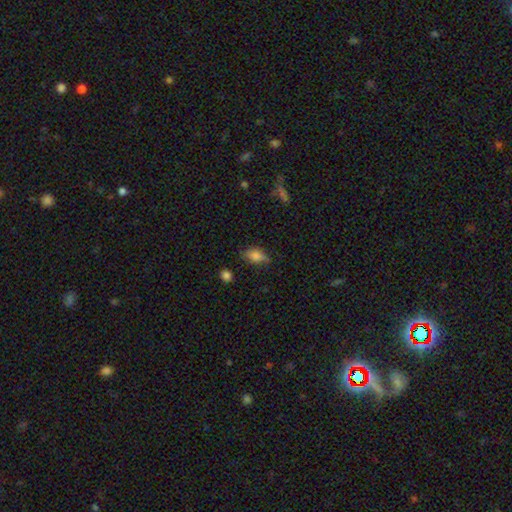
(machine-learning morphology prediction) A smooth galaxy with no disk features (78%) that is in between round and cigar-shaped (85%). Merging: none (61%).